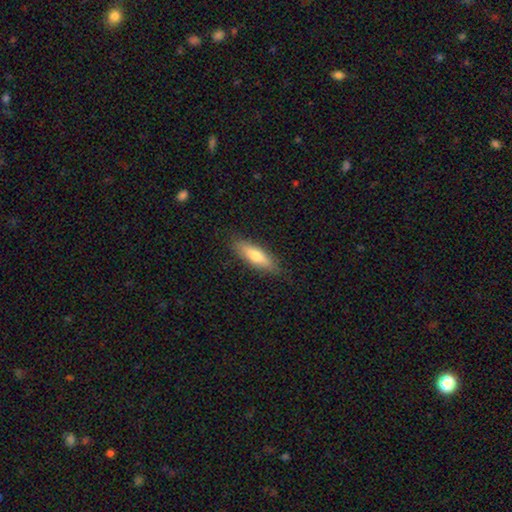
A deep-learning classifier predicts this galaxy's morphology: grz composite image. It shows a smooth galaxy with no disk features (71%) that is cigar-shaped (52%). Merging: none (84%).